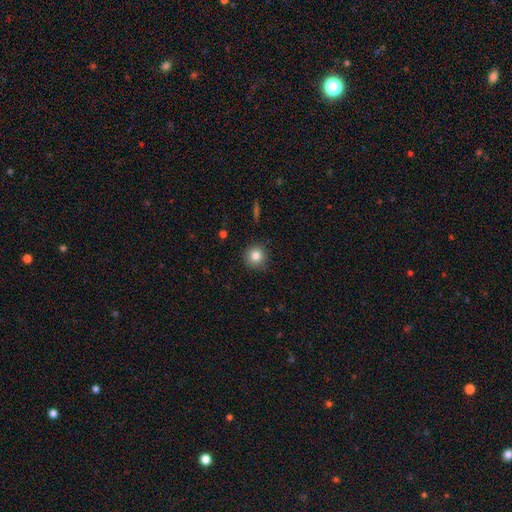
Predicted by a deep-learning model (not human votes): Q: Smooth or featured?
A: smooth (82%); runner-up: star or artifact (11%)
Q: How rounded?
A: round (95%); runner-up: in between (4%)
Q: Merging?
A: none (91%); runner-up: minor disturbance (6%)